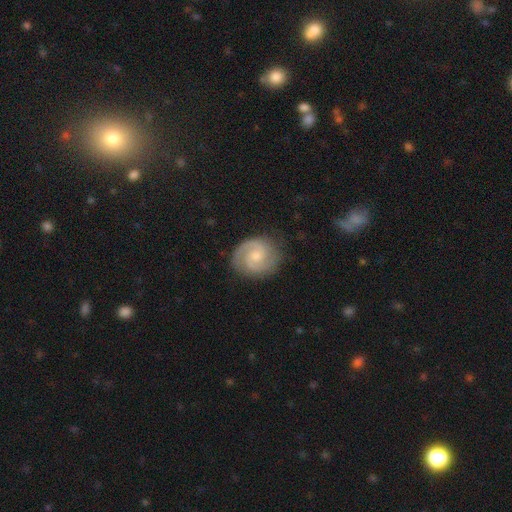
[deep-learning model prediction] Smooth or featured? featured or disk (85%)
Edge-on disk? no (98%)
Bar? no (59%)
Spiral arms? yes (98%)
Spiral winding? tight (52%)
Spiral arm count? 2 (89%)
Bulge size? small (47%)
Merging? none (83%)